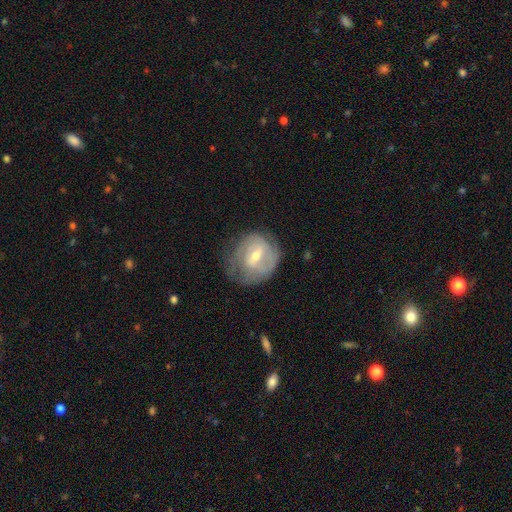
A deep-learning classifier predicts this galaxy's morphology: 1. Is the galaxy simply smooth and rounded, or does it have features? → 68% featured or disk, 26% smooth, 6% star or artifact.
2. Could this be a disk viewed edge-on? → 96% no, 4% yes.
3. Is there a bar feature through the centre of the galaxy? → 55% weak, 25% strong, 20% no.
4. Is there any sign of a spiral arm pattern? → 75% yes, 25% no.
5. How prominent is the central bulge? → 51% moderate, 44% small, 2% large, 1% none, 1% dominant.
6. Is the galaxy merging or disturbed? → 56% none, 27% minor disturbance, 15% major disturbance, 2% merger.